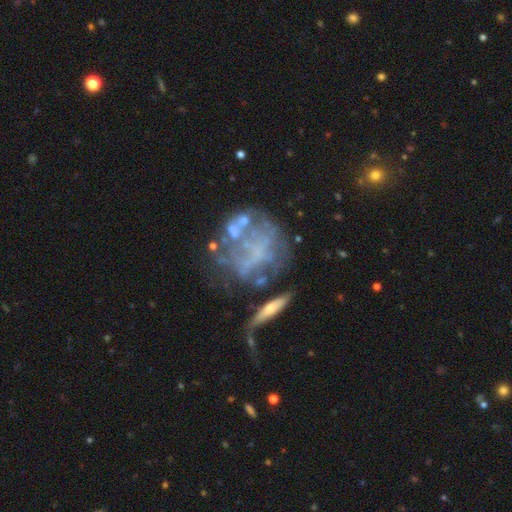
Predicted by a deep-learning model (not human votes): A featured or disk galaxy (66%) with no bar (87%), no spiral arms (84%) and no central bulge (77%). Merging: none (36%).